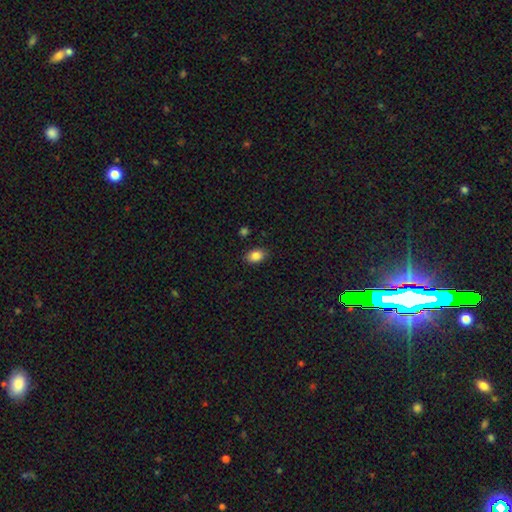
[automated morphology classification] A smooth galaxy with no disk features (86%) that is in between round and cigar-shaped (80%). Merging: none (86%).